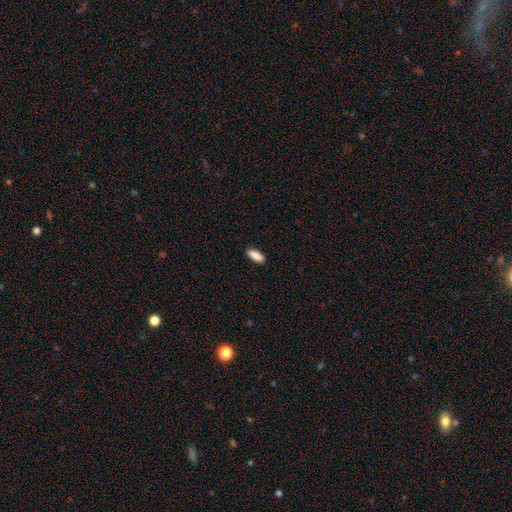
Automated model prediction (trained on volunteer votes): The model was most divided on "how rounded": in between: 81%, cigar-shaped: 17%, round: 2%. More confident: merging — none (90%); smooth or featured — smooth (89%).